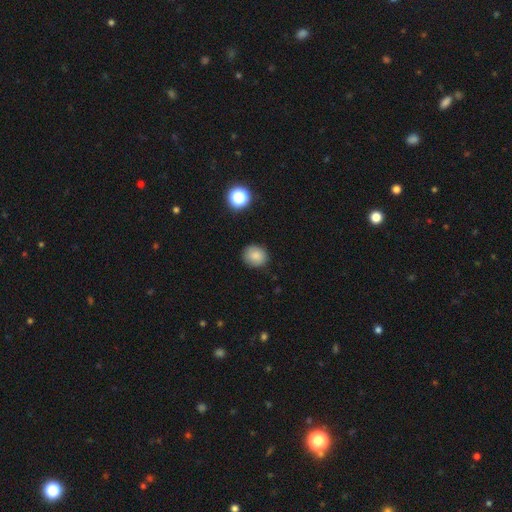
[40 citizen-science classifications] smooth 85%, star or artifact 10%, featured or disk 5%. Down the decision tree: how rounded — round (79%); merging — none (83%).